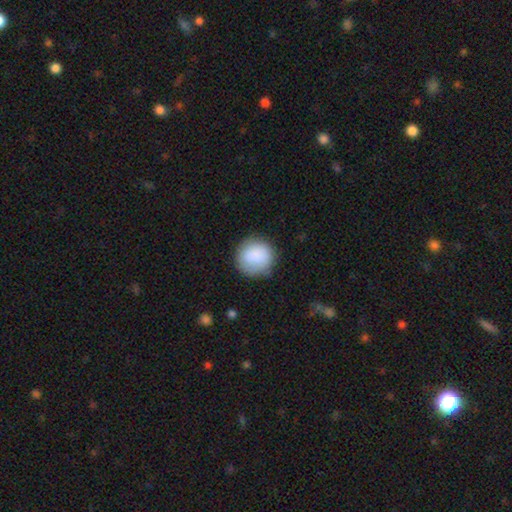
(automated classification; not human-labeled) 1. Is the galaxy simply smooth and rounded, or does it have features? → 87% smooth, 7% featured or disk, 7% star or artifact.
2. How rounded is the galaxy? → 90% round, 9% in between, 1% cigar-shaped.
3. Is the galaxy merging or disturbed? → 78% none, 16% minor disturbance, 5% major disturbance, 2% merger.